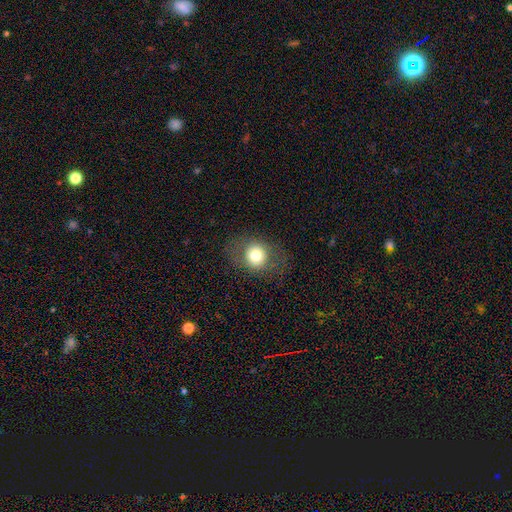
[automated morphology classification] Overall: smooth (72%). How rounded: round (70%). Merging: none (80%).